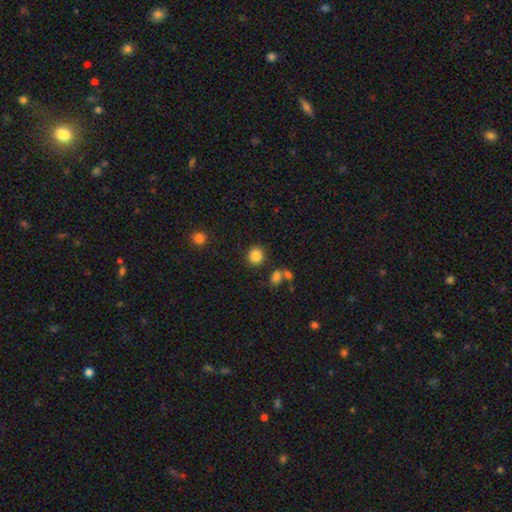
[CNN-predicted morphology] A smooth galaxy with no disk features (85%) that is round (86%).

Vote fractions:
- Smooth or featured? smooth: 85% / star or artifact: 11% / featured or disk: 5%
- How rounded? round: 86% / in between: 13% / cigar-shaped: 1%
- Merging? none: 83% / minor disturbance: 8% / merger: 6% / major disturbance: 3%